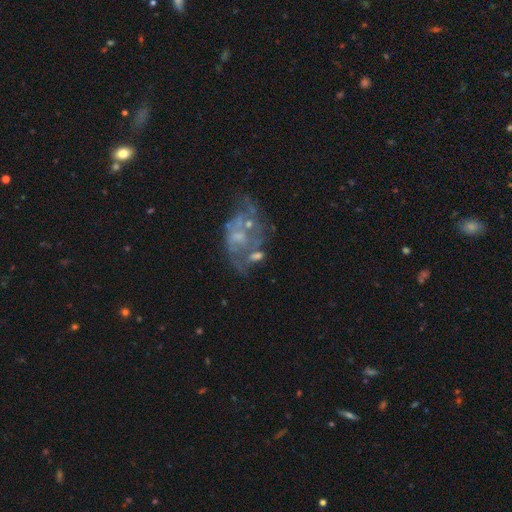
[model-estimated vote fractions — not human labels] Smooth or featured?
  - featured or disk: 68% *
  - smooth: 20%
  - star or artifact: 13%
Edge-on disk?
  - no: 98% *
  - yes: 2%
Bar?
  - no: 81% *
  - weak: 15%
  - strong: 3%
Spiral arms?
  - no: 65% *
  - yes: 35%
Bulge size?
  - none: 40% *
  - small: 35%
  - moderate: 21%
  - large: 3%
  - dominant: 1%
Merging?
  - major disturbance: 31% *
  - none: 28%
  - merger: 23%
  - minor disturbance: 18%